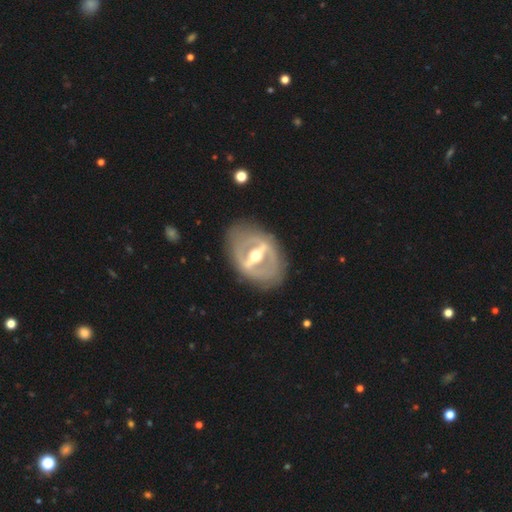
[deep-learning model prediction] Morphology: type=featured or disk (84%); edge-on=no (86%); bar=strong (84%); spiral arms=no (70%); bulge=moderate (75%); merging=none (81%).